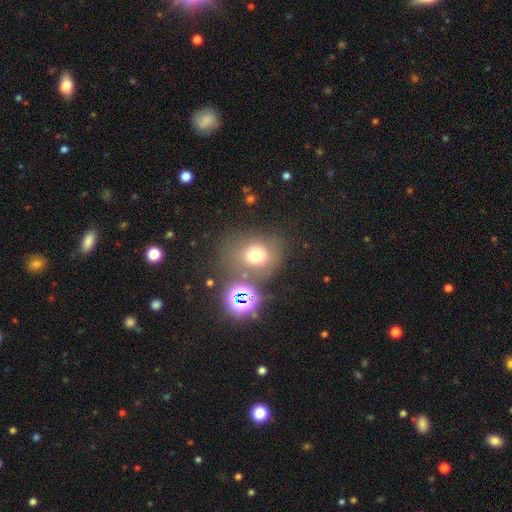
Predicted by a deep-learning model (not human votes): The model was most divided on "how rounded": round: 66%, in between: 33%, cigar-shaped: 1%. More confident: smooth or featured — smooth (68%); merging — none (60%).